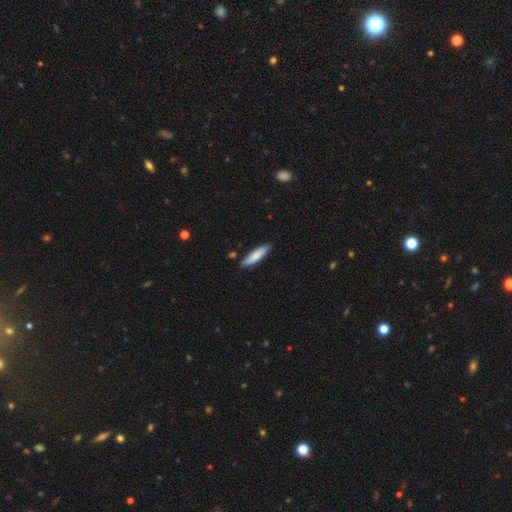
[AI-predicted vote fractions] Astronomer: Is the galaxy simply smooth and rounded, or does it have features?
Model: smooth — 80%.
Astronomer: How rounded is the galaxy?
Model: cigar-shaped — 74%.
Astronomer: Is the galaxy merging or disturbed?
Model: none — 84%.